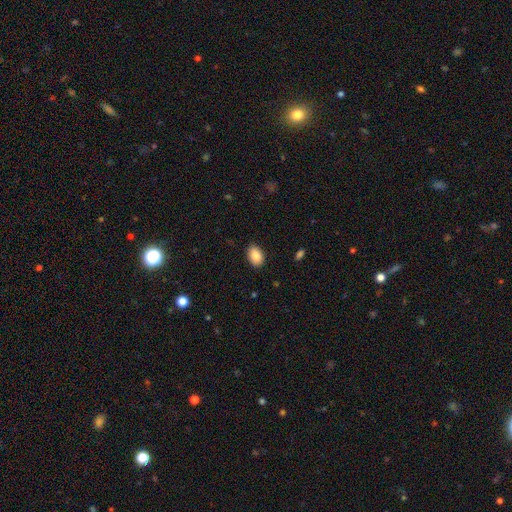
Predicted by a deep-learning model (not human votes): Q: Smooth or featured?
A: smooth (88%); runner-up: star or artifact (7%)
Q: How rounded?
A: in between (87%); runner-up: round (12%)
Q: Merging?
A: none (87%); runner-up: minor disturbance (10%)